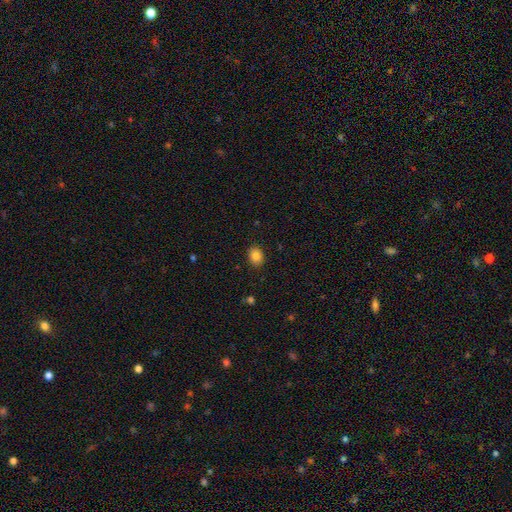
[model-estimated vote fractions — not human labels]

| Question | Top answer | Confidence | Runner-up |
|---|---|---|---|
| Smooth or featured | smooth | 85% | star or artifact (10%) |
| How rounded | in between | 56% | round (44%) |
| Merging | none | 89% | minor disturbance (8%) |